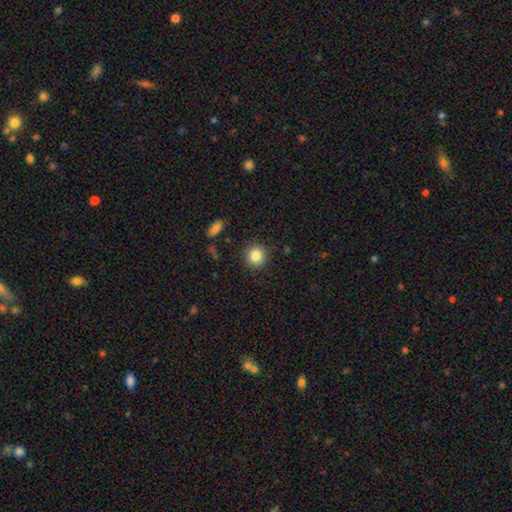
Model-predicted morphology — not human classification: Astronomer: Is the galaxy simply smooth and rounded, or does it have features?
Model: smooth — 85%.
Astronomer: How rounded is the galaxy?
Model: round — 89%.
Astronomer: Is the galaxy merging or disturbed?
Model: none — 88%.